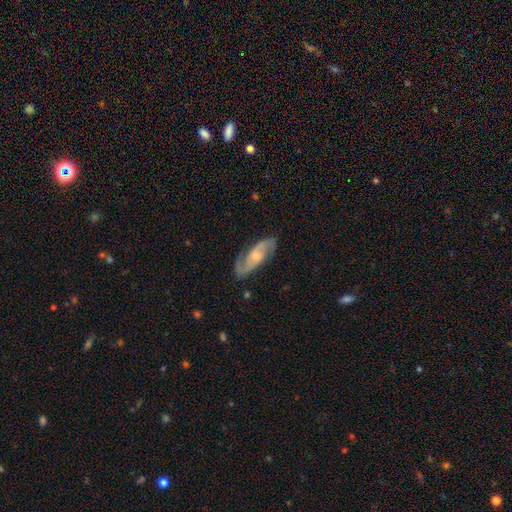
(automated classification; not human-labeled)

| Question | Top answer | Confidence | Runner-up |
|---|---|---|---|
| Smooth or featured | featured or disk | 83% | smooth (11%) |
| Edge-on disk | no | 92% | yes (8%) |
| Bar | no | 48% | weak (41%) |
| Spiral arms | yes | 96% | no (4%) |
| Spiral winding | medium | 52% | tight (28%) |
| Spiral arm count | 2 | 89% | can't tell (5%) |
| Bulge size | moderate | 47% | small (43%) |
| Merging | none | 83% | minor disturbance (12%) |